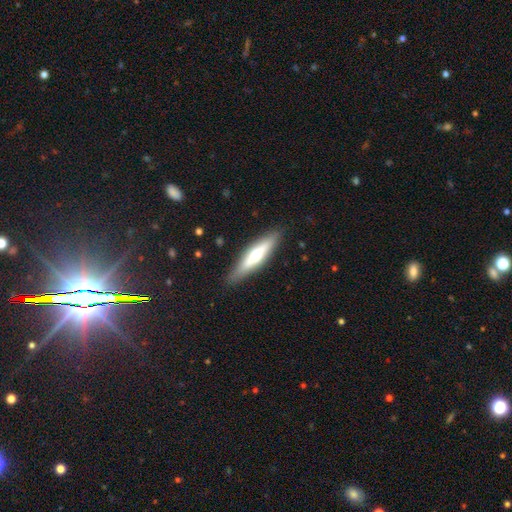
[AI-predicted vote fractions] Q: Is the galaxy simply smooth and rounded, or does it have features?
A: featured or disk — 52%.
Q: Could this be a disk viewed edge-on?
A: yes — 88%.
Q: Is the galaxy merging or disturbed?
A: none — 88%.